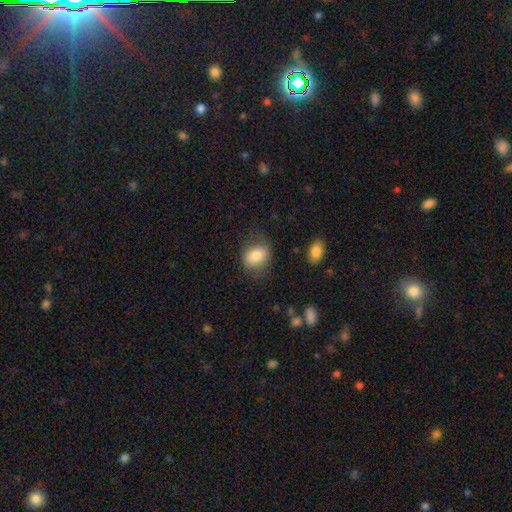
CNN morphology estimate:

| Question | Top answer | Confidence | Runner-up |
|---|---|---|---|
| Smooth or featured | smooth | 78% | featured or disk (14%) |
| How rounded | in between | 57% | round (42%) |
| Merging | none | 67% | minor disturbance (21%) |